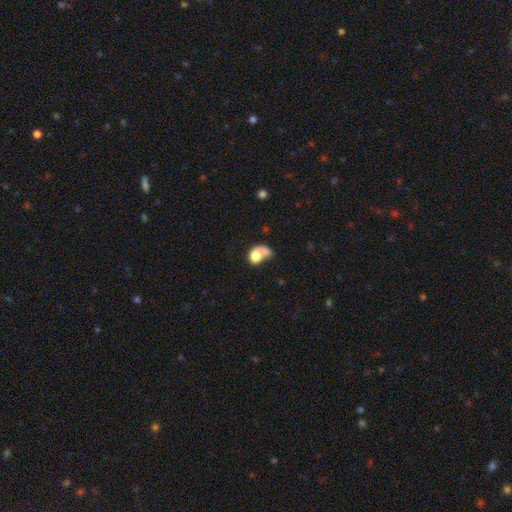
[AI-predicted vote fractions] The model was most divided on "merging": merger: 34%, major disturbance: 27%, none: 23%, minor disturbance: 16%. More confident: smooth or featured — smooth (67%); how rounded — in between (57%).